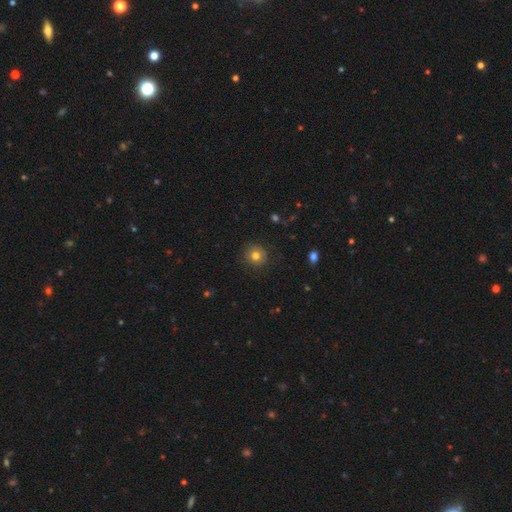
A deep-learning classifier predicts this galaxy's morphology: Q: Smooth or featured?
A: smooth (73%); runner-up: featured or disk (16%)
Q: How rounded?
A: round (87%); runner-up: in between (12%)
Q: Merging?
A: none (85%); runner-up: minor disturbance (11%)